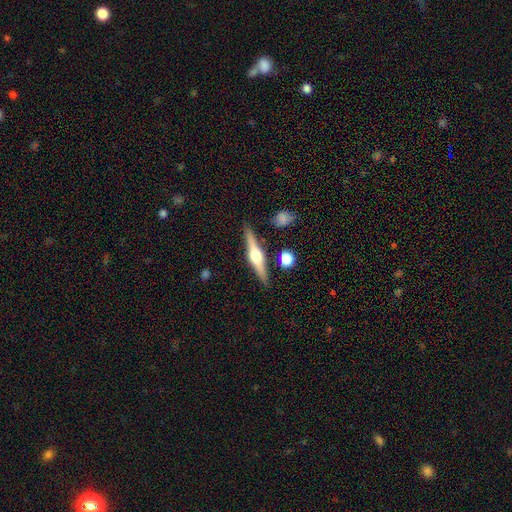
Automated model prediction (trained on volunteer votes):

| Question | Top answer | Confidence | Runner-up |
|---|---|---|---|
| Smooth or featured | featured or disk | 73% | smooth (21%) |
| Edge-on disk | yes | 97% | no (3%) |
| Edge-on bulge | rounded | 95% | boxy (4%) |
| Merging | none | 88% | minor disturbance (8%) |